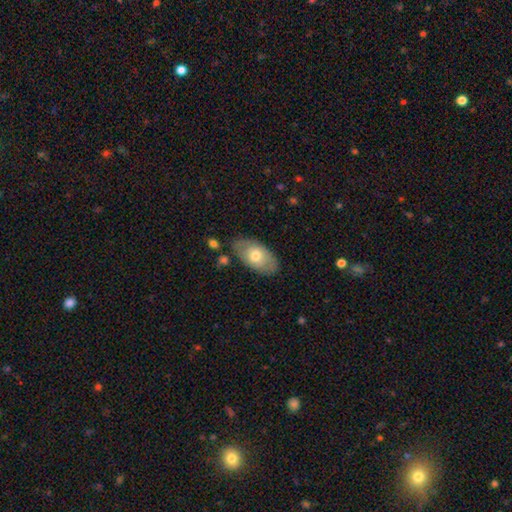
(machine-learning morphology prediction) A smooth galaxy with no disk features (64%) that is in between round and cigar-shaped (93%).

Vote fractions:
- Smooth or featured? smooth: 64% / featured or disk: 30% / star or artifact: 6%
- How rounded? in between: 93% / round: 5% / cigar-shaped: 2%
- Merging? none: 76% / minor disturbance: 16% / major disturbance: 4% / merger: 4%